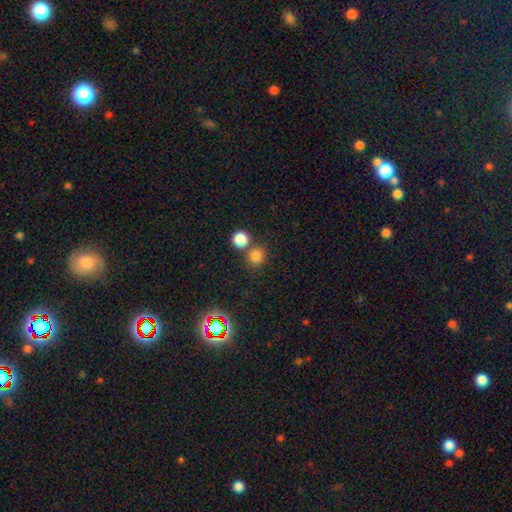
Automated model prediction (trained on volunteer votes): Smooth or featured? Predicted: smooth (p=0.80). How rounded? Predicted: round (p=0.88). Merging? Predicted: none (p=0.65).